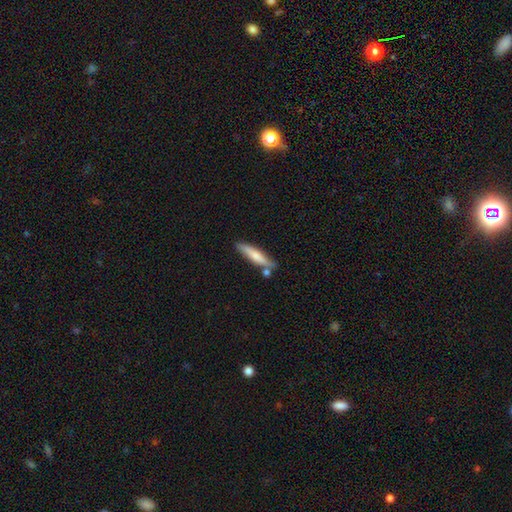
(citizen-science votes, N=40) Smooth or featured? 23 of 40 (57%) said smooth. How rounded? 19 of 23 (83%) said cigar-shaped. Merging? 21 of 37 (57%) said none.